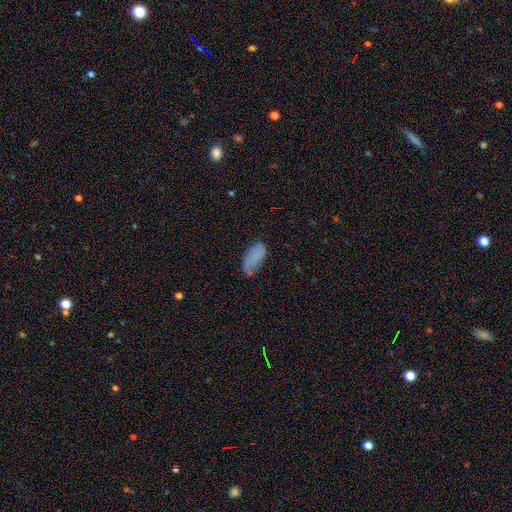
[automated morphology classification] The model was most divided on "merging": none: 57%, minor disturbance: 30%, major disturbance: 10%, merger: 3%. More confident: how rounded — in between (92%); smooth or featured — smooth (70%).